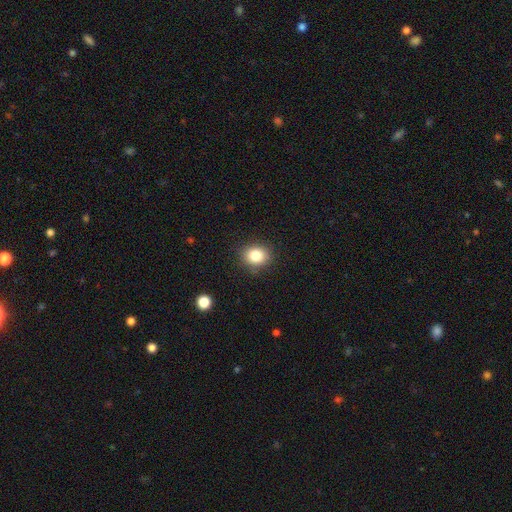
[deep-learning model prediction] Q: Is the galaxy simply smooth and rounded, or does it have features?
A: smooth — 83%.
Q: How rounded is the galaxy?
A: round — 63%.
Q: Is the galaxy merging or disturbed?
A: none — 87%.